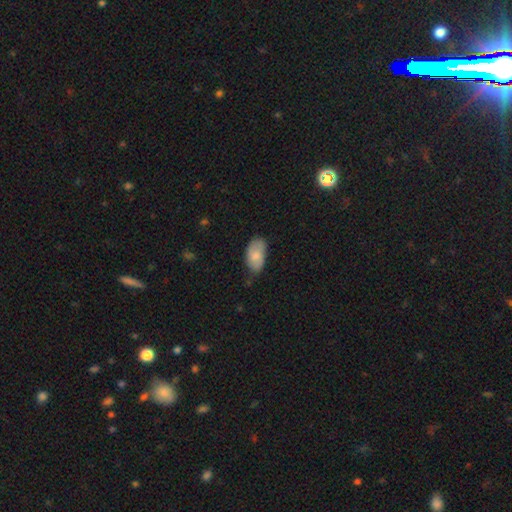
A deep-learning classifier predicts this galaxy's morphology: Smooth or featured: smooth — 78% (featured or disk — 16%)
How rounded: in between — 94% (round — 4%)
Merging: none — 63% (minor disturbance — 30%)